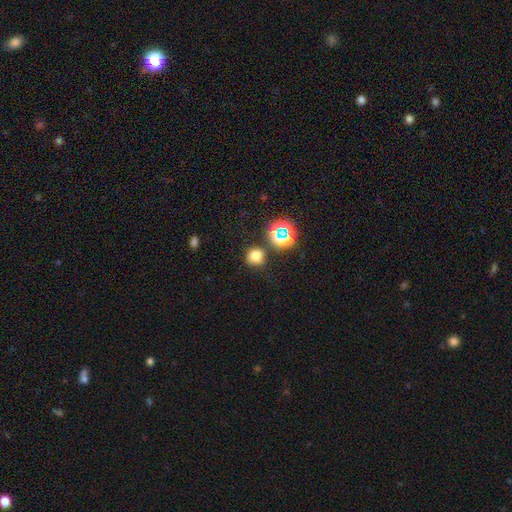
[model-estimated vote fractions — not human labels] A smooth galaxy with no disk features (71%) that is round (83%). Merging: none (77%).